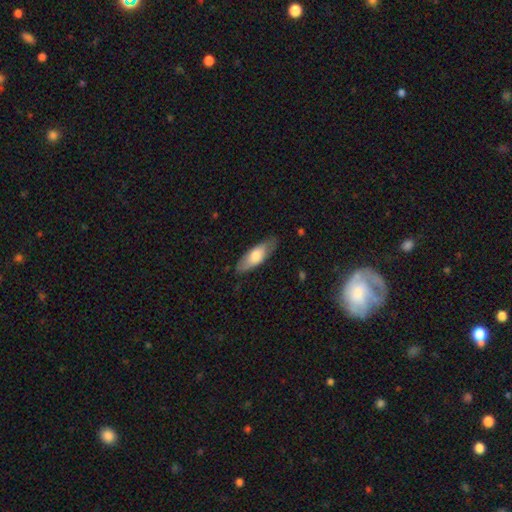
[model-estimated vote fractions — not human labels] Morphology: type=smooth (67%); roundness=in between (65%); merging=none (79%).